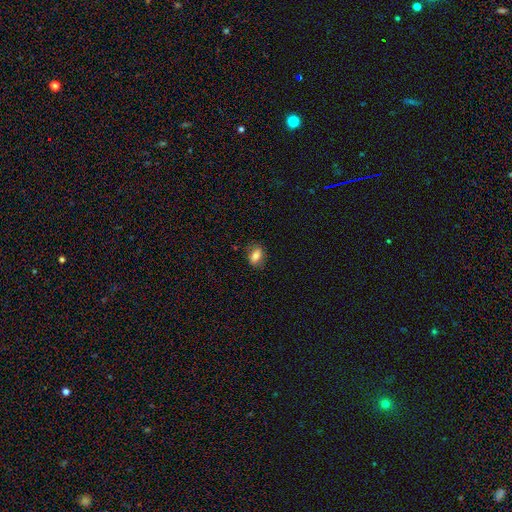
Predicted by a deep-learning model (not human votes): Morphology: type=smooth (80%); roundness=in between (78%); merging=none (78%).